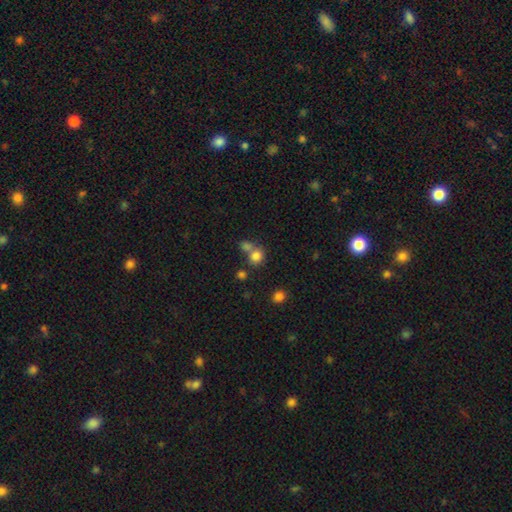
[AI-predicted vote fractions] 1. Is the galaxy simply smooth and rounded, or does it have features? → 79% smooth, 13% star or artifact, 8% featured or disk.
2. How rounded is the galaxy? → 75% round, 24% in between, 1% cigar-shaped.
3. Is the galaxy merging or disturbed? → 48% none, 39% merger, 9% minor disturbance, 4% major disturbance.